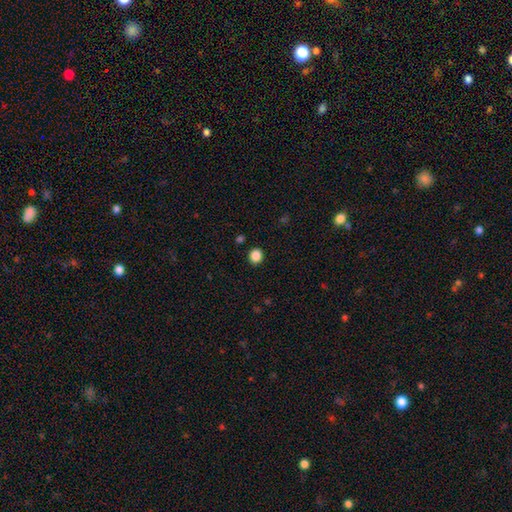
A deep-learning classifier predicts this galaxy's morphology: Overall: smooth (86%). How rounded: round (84%). Merging: none (92%).